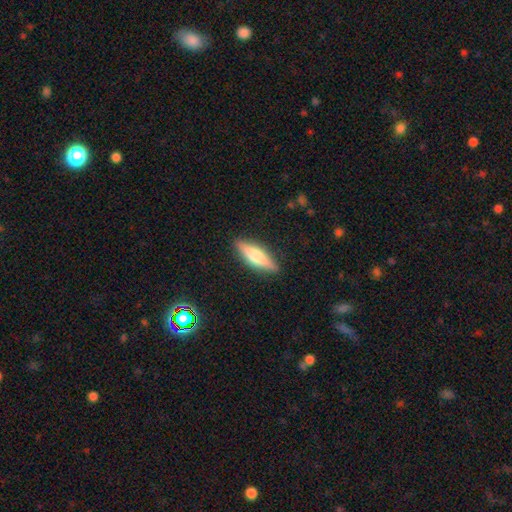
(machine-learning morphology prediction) Smooth or featured? smooth (48%)
Merging? none (89%)